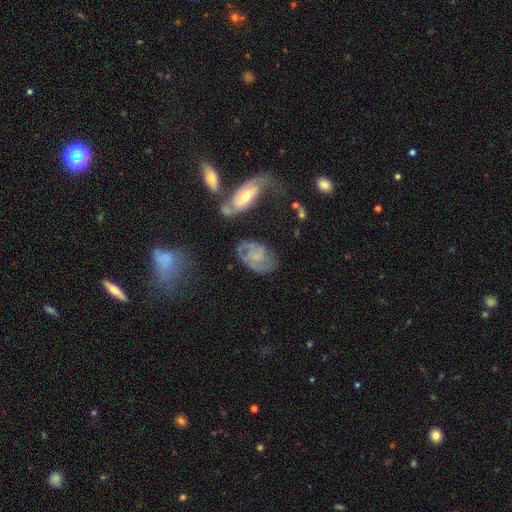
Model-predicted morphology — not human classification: Smooth or featured?
  - featured or disk: 71% *
  - smooth: 21%
  - star or artifact: 8%
Edge-on disk?
  - no: 96% *
  - yes: 4%
Bar?
  - no: 65% *
  - weak: 30%
  - strong: 6%
Spiral arms?
  - yes: 89% *
  - no: 11%
Spiral winding?
  - medium: 43% *
  - tight: 36%
  - loose: 22%
Spiral arm count?
  - 2: 62% *
  - can't tell: 19%
  - 3: 10%
  - 1: 4%
  - 4: 3%
  - more than 4: 3%
Bulge size?
  - small: 46% *
  - none: 38%
  - moderate: 12%
  - large: 2%
  - dominant: 1%
Merging?
  - none: 57% *
  - minor disturbance: 23%
  - major disturbance: 13%
  - merger: 7%